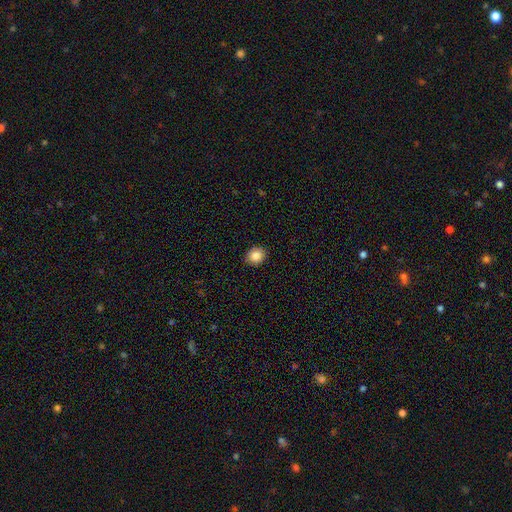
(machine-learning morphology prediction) smooth_or_featured: smooth (p=0.85) [alt: star or artifact p=0.09]
how_rounded: round (p=0.74) [alt: in between p=0.25]
merging: none (p=0.91) [alt: minor disturbance p=0.07]